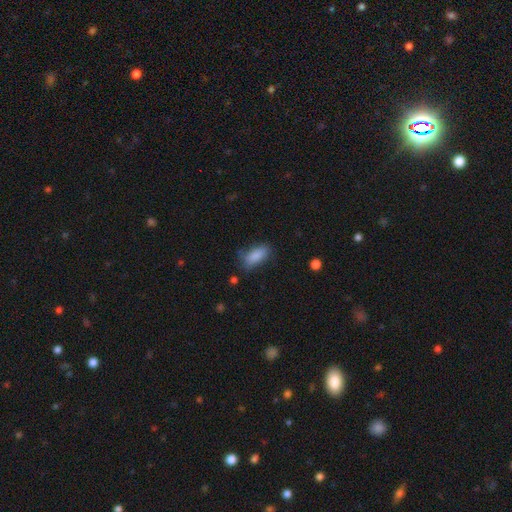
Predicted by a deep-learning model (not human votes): smooth-or-featured: smooth: 86% | star or artifact: 7% | featured or disk: 7%
  how-rounded: in between: 87% | cigar-shaped: 10% | round: 3%
  merging: none: 67% | minor disturbance: 24% | major disturbance: 7% | merger: 2%